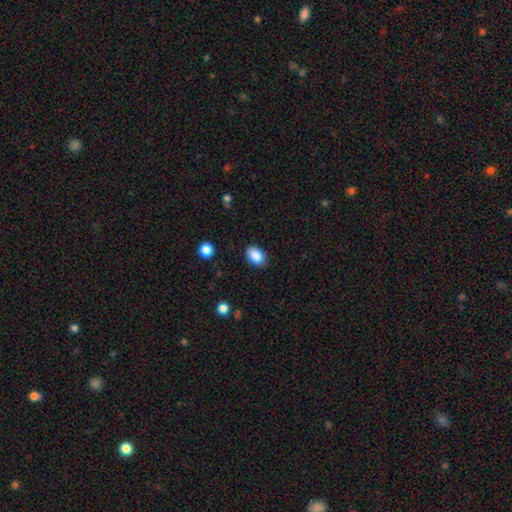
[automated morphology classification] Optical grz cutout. It shows a smooth galaxy with no disk features (88%) that is in between round and cigar-shaped (87%). Merging: none (85%).